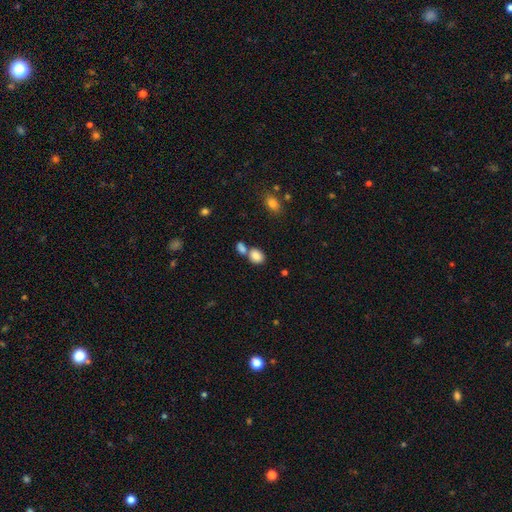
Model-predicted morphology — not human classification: Smooth or featured?
  - smooth: 84% *
  - star or artifact: 9%
  - featured or disk: 7%
How rounded?
  - in between: 61% *
  - round: 38%
  - cigar-shaped: 1%
Merging?
  - none: 47% *
  - merger: 39%
  - minor disturbance: 10%
  - major disturbance: 4%